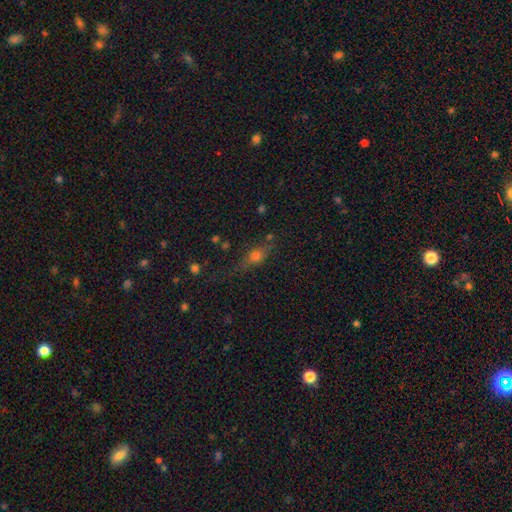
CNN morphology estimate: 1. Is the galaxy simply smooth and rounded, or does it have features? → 57% smooth, 24% featured or disk, 19% star or artifact.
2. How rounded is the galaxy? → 53% in between, 24% round, 23% cigar-shaped.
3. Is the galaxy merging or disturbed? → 60% none, 21% minor disturbance, 13% major disturbance, 6% merger.